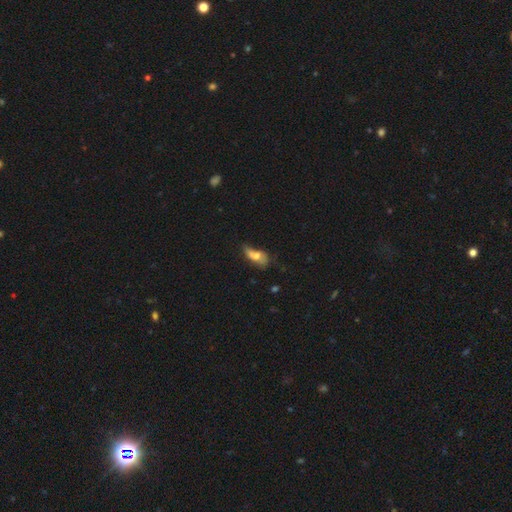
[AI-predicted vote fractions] Smooth or featured: smooth — 52% (featured or disk — 37%)
How rounded: in between — 79% (cigar-shaped — 14%)
Merging: major disturbance — 30% (none — 29%)